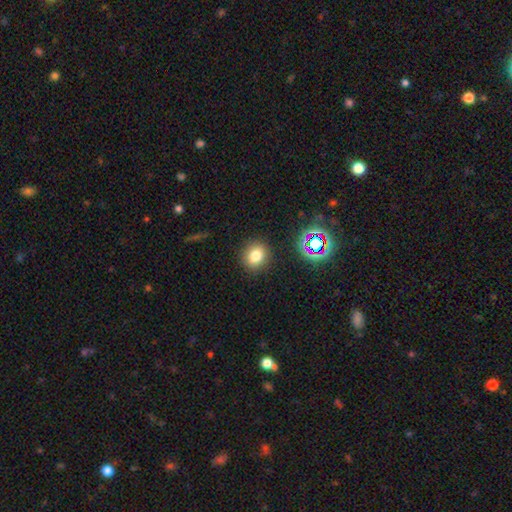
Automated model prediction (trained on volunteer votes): Smooth or featured: smooth — 77% (star or artifact — 15%)
How rounded: round — 74% (in between — 25%)
Merging: none — 88% (minor disturbance — 8%)